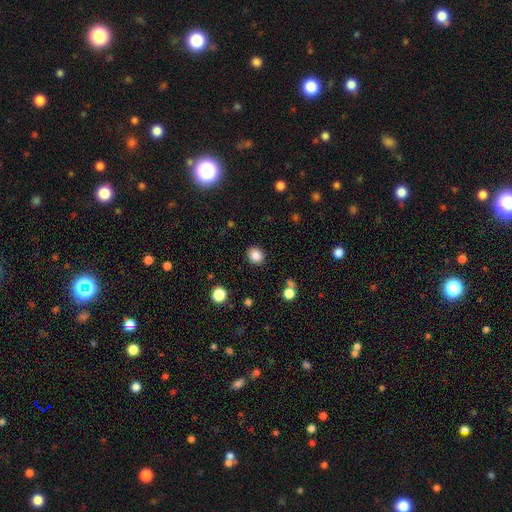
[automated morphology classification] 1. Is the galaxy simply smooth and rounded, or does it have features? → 85% smooth, 11% star or artifact, 5% featured or disk.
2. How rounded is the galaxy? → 73% round, 27% in between, 1% cigar-shaped.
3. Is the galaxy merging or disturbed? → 89% none, 7% minor disturbance, 2% major disturbance, 2% merger.